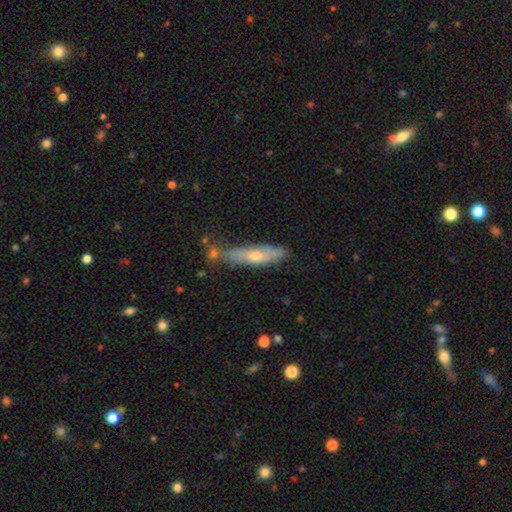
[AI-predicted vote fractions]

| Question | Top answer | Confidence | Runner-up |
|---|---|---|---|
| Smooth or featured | smooth | 48% | featured or disk (45%) |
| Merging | none | 64% | minor disturbance (23%) |